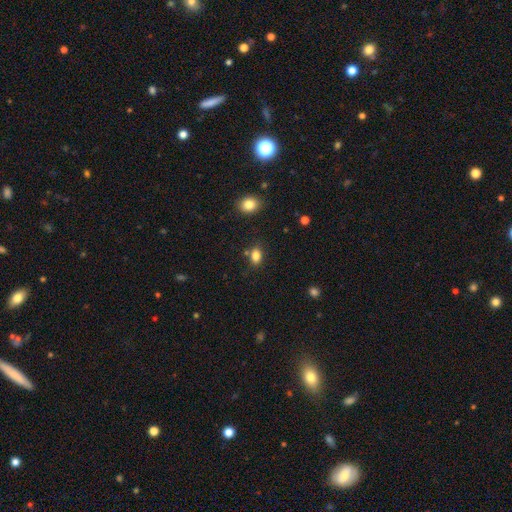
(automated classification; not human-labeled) A smooth galaxy with no disk features (83%) that is in between round and cigar-shaped (79%).

Vote fractions:
- Smooth or featured? smooth: 83% / star or artifact: 11% / featured or disk: 6%
- How rounded? in between: 79% / round: 19% / cigar-shaped: 2%
- Merging? none: 75% / minor disturbance: 13% / merger: 9% / major disturbance: 3%